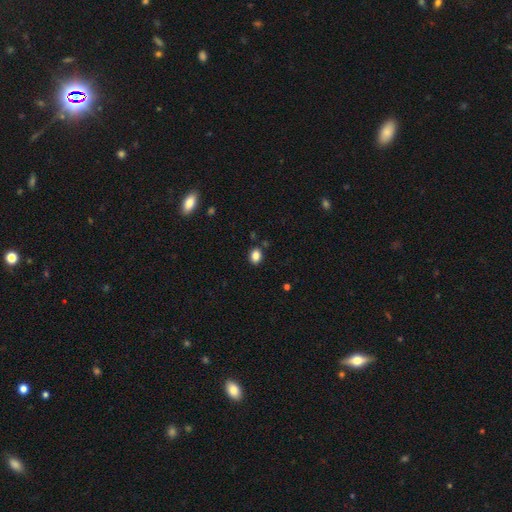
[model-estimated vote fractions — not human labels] Morphology: type=smooth (85%); roundness=in between (65%); merging=none (85%).